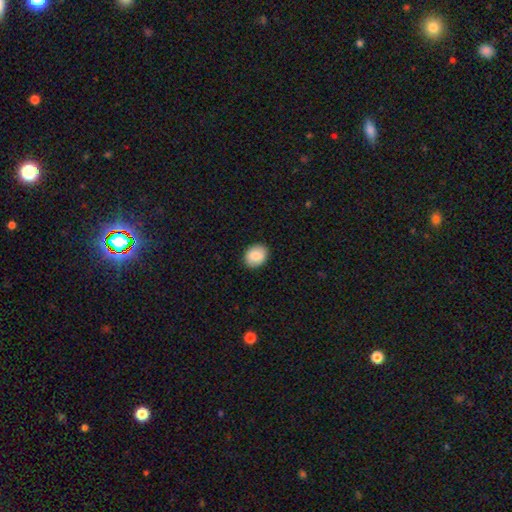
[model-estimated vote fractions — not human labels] Q: Smooth or featured?
A: smooth (85%); runner-up: star or artifact (7%)
Q: How rounded?
A: round (55%); runner-up: in between (44%)
Q: Merging?
A: none (89%); runner-up: minor disturbance (8%)